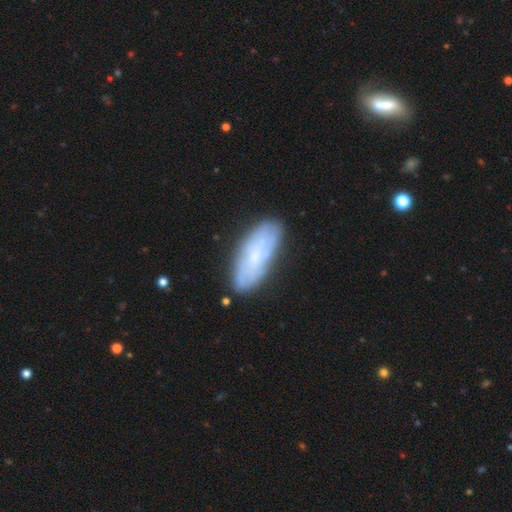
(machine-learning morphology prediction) The model was most divided on "smooth or featured": smooth: 49%, featured or disk: 44%, star or artifact: 8%. More confident: merging — none (80%).